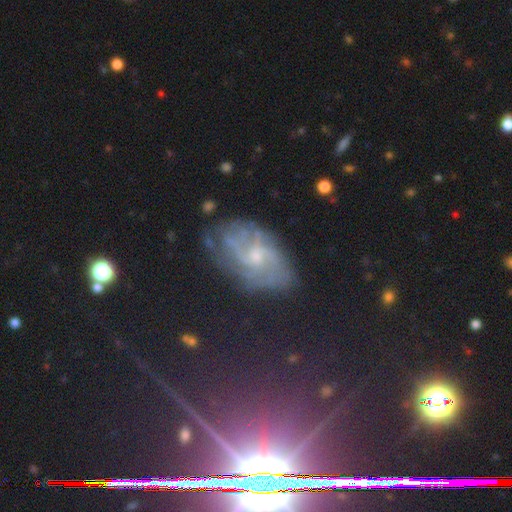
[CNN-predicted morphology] Overall: featured or disk (72%). Edge-on disk: no (96%). Bar: no (56%; weak 38%). Spiral arms: yes (90%). Spiral arm count: can't tell (38%; 2 22%). Spiral winding: medium (42%; tight 38%). Bulge size: small (61%; moderate 31%). Merging: none (70%).